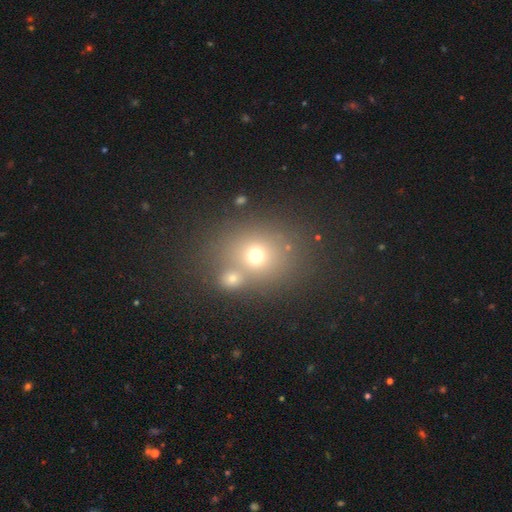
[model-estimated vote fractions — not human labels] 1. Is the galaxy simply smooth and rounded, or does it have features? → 67% smooth, 19% star or artifact, 14% featured or disk.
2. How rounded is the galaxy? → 62% round, 37% in between, 1% cigar-shaped.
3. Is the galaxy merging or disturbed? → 57% none, 27% merger, 10% minor disturbance, 5% major disturbance.